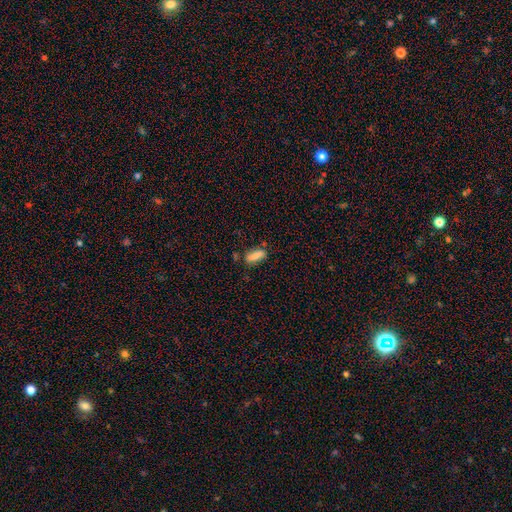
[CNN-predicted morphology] Smooth or featured?
  - smooth: 80% *
  - featured or disk: 12%
  - star or artifact: 8%
How rounded?
  - in between: 64% *
  - cigar-shaped: 33%
  - round: 3%
Merging?
  - none: 69% *
  - minor disturbance: 20%
  - merger: 6%
  - major disturbance: 5%